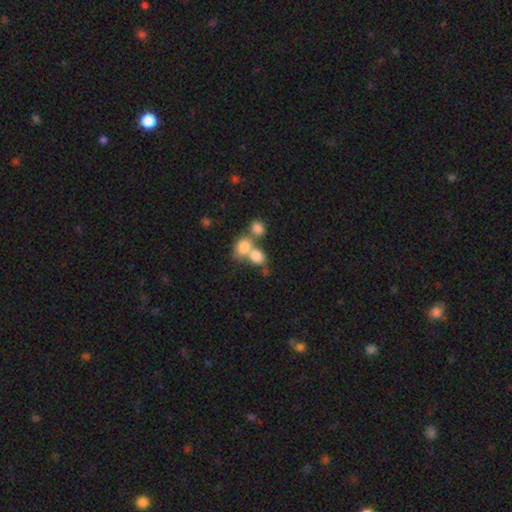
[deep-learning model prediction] The model was most divided on "how rounded": round: 52%, in between: 46%, cigar-shaped: 2%. More confident: smooth or featured — smooth (78%); merging — merger (59%).